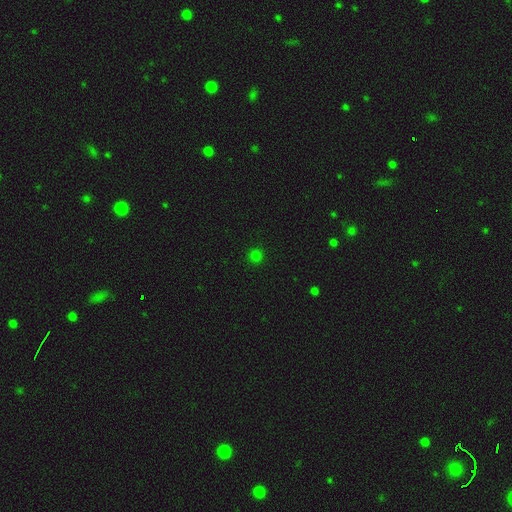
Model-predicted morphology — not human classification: Smooth or featured?
  - smooth: 78% *
  - star or artifact: 19%
  - featured or disk: 4%
How rounded?
  - round: 95% *
  - in between: 4%
  - cigar-shaped: 1%
Merging?
  - none: 92% *
  - minor disturbance: 5%
  - major disturbance: 2%
  - merger: 1%